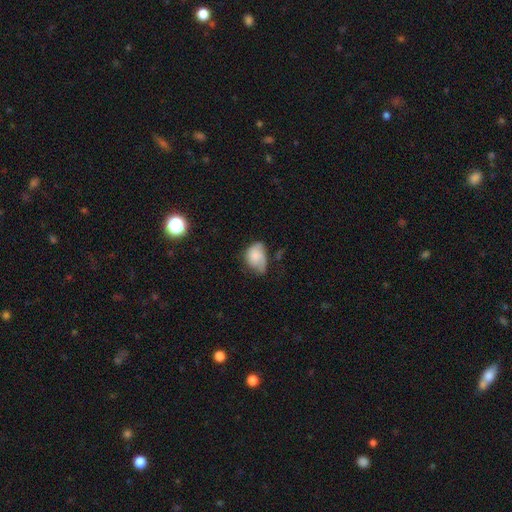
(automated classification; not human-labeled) Smooth or featured? smooth (65%)
How rounded? in between (73%)
Merging? minor disturbance (39%)